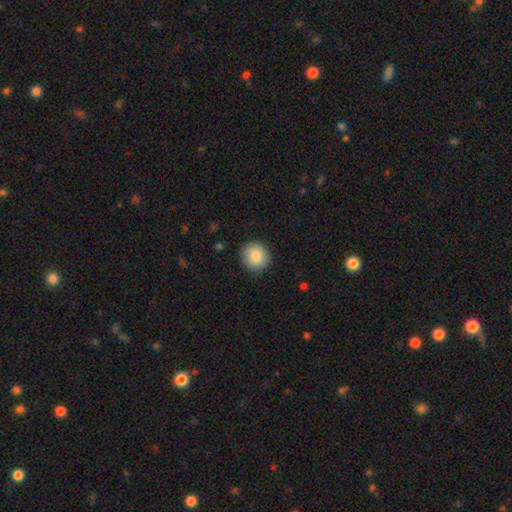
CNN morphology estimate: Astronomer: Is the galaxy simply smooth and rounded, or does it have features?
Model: smooth — 86%.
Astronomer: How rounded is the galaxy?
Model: round — 92%.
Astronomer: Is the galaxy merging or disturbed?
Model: none — 91%.